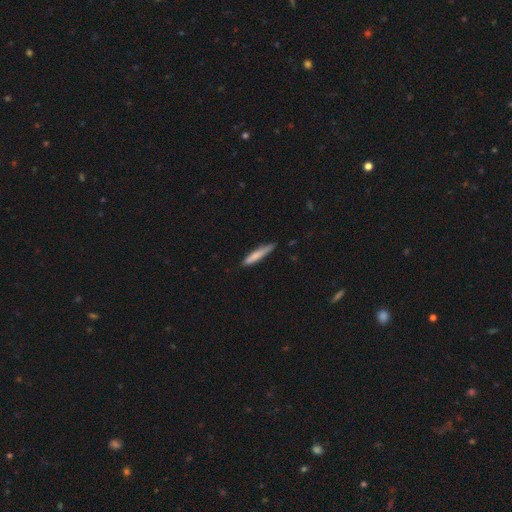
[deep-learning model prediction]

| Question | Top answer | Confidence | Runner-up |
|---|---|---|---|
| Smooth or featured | smooth | 76% | featured or disk (19%) |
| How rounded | cigar-shaped | 92% | in between (7%) |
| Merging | none | 77% | minor disturbance (18%) |